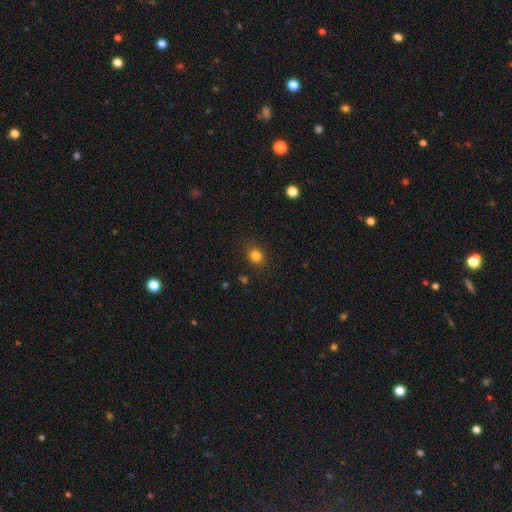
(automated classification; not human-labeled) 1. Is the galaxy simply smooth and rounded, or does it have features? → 83% smooth, 12% star or artifact, 5% featured or disk.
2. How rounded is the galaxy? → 70% round, 29% in between, 1% cigar-shaped.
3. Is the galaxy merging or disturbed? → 86% none, 10% minor disturbance, 3% major disturbance, 1% merger.